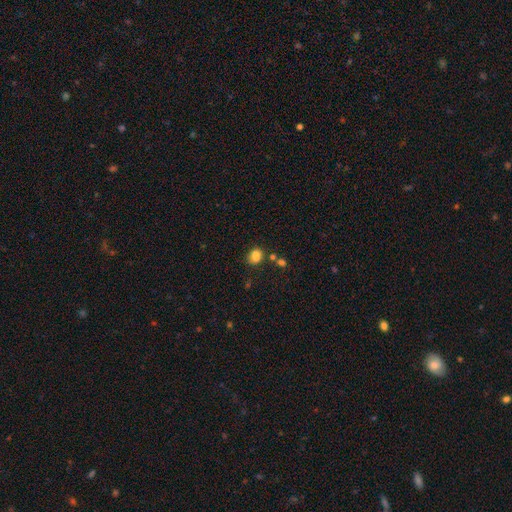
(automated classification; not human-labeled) smooth-or-featured: smooth: 82% | star or artifact: 13% | featured or disk: 5%
  how-rounded: round: 52% | in between: 47% | cigar-shaped: 1%
  merging: none: 67% | minor disturbance: 16% | merger: 11% | major disturbance: 5%